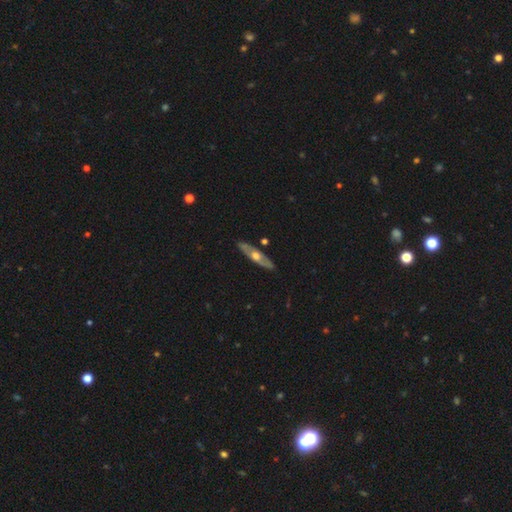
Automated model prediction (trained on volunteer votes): smooth_or_featured: featured or disk (p=0.64) [alt: smooth p=0.31]
disk_edge_on: yes (p=0.66) [alt: no p=0.34]
merging: none (p=0.88) [alt: minor disturbance p=0.09]